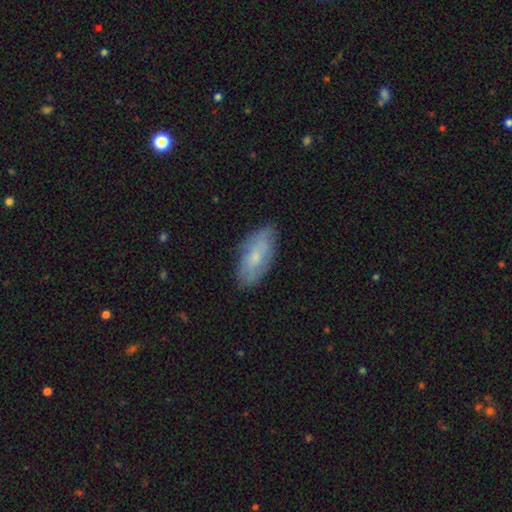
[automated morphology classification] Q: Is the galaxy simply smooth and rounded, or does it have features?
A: smooth — 60%.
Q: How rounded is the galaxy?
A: in between — 87%.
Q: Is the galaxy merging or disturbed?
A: none — 79%.